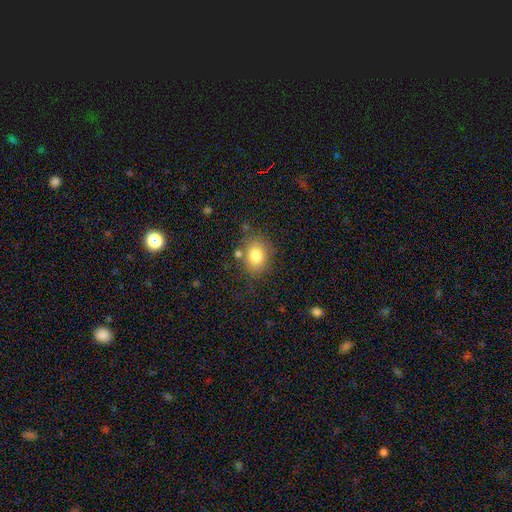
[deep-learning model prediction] Smooth or featured? Predicted: smooth (p=0.80). How rounded? Predicted: in between (p=0.53). Merging? Predicted: none (p=0.73).